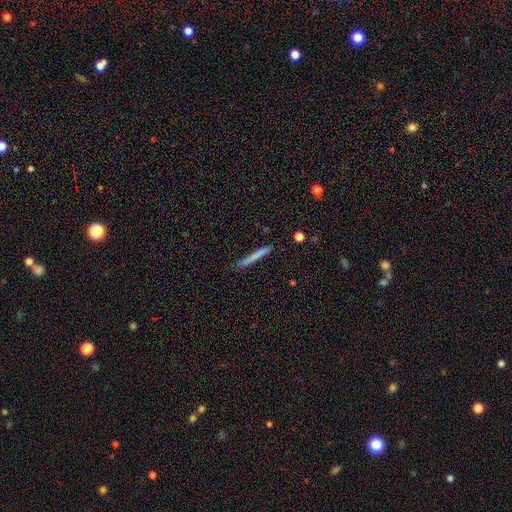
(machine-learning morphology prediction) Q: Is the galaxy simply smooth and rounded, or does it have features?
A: smooth — 72%.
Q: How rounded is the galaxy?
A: cigar-shaped — 96%.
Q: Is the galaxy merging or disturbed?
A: none — 85%.